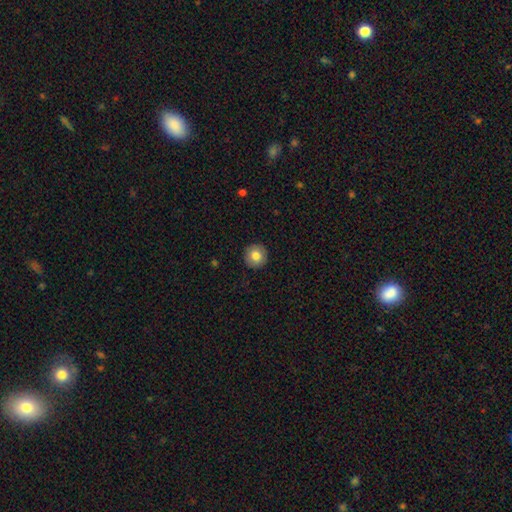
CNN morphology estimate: This appears to be a smooth galaxy with no disk features (82%) that is round (95%). Merging: none (92%).